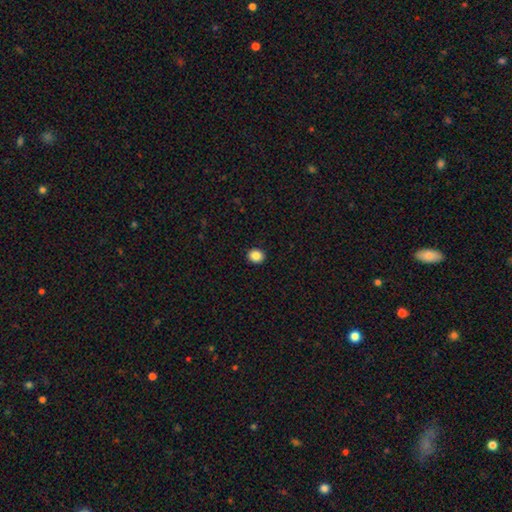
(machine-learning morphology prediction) The model was most divided on "how rounded": round: 78%, in between: 21%, cigar-shaped: 1%. More confident: merging — none (92%); smooth or featured — smooth (86%).